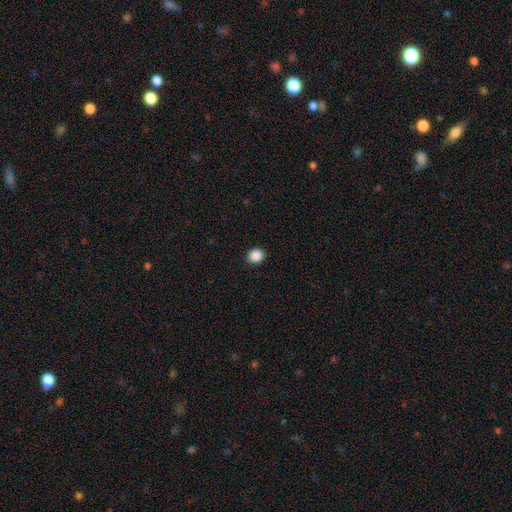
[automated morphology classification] This appears to be a smooth galaxy with no disk features (88%) that is round (80%). Merging: none (91%).